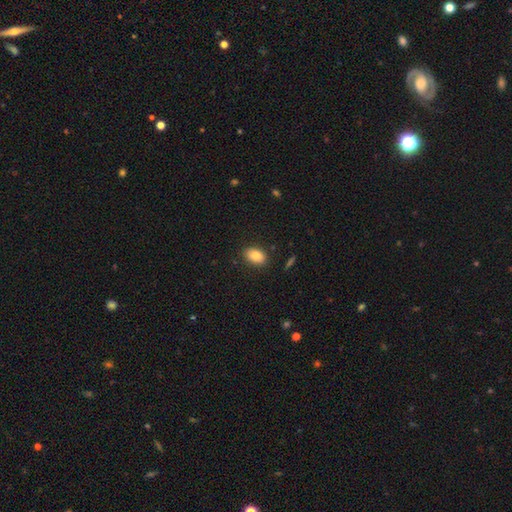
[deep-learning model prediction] Smooth or featured?
  - smooth: 82% *
  - featured or disk: 10%
  - star or artifact: 8%
How rounded?
  - in between: 85% *
  - round: 13%
  - cigar-shaped: 1%
Merging?
  - none: 87% *
  - minor disturbance: 9%
  - major disturbance: 2%
  - merger: 1%